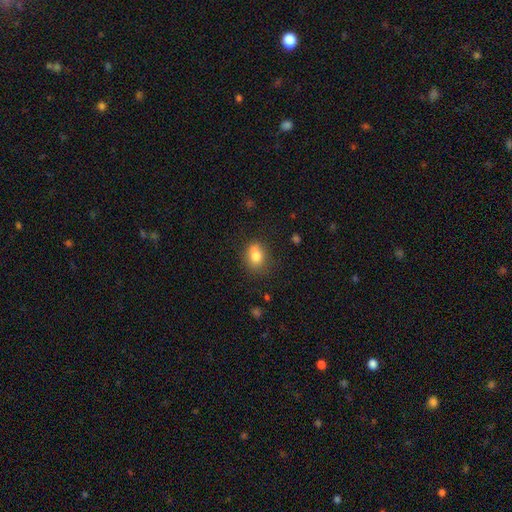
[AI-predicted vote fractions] This appears to be a smooth galaxy with no disk features (80%) that is in between round and cigar-shaped (63%). Merging: none (70%).